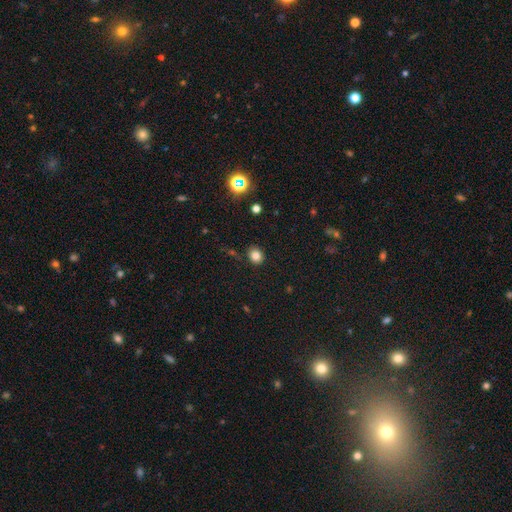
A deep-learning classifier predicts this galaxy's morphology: Smooth or featured? smooth (80%)
How rounded? round (66%)
Merging? none (86%)